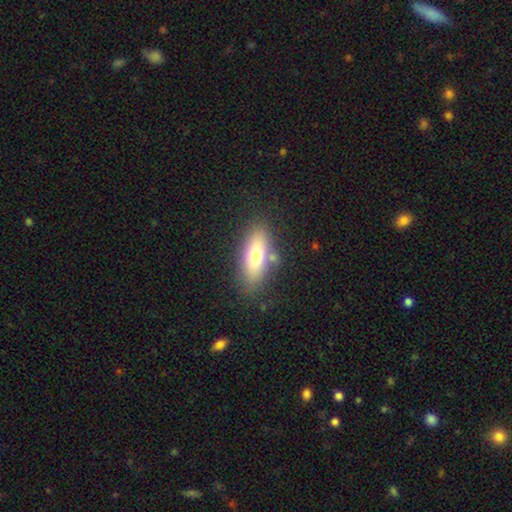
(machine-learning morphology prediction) The model was most divided on "smooth or featured": smooth: 69%, featured or disk: 23%, star or artifact: 8%. More confident: merging — none (76%); how rounded — in between (74%).